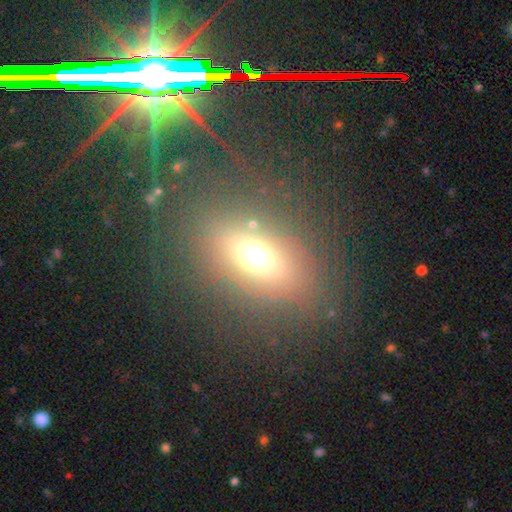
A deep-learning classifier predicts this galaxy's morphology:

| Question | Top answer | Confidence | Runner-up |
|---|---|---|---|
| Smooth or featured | smooth | 49% | star or artifact (33%) |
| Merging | none | 82% | minor disturbance (10%) |